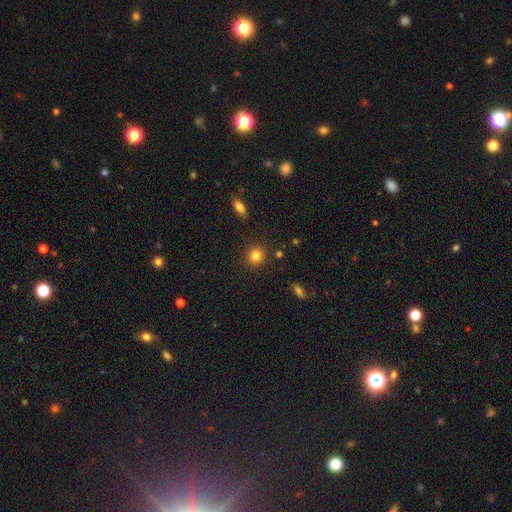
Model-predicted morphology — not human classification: Smooth or featured: smooth — 83% (star or artifact — 11%)
How rounded: round — 88% (in between — 11%)
Merging: none — 90% (minor disturbance — 6%)